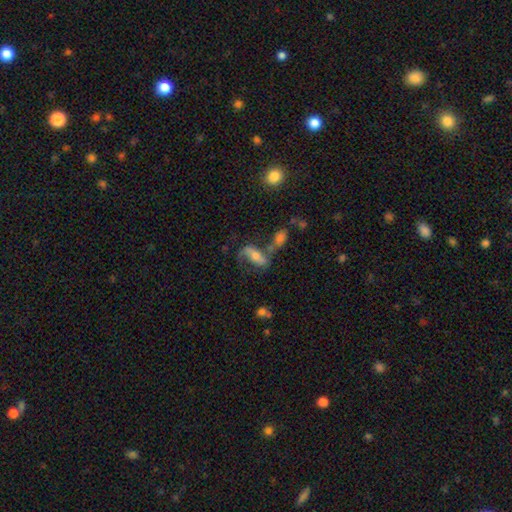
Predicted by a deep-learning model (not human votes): This is possibly a featured or disk galaxy (55%). It is clearly not viewed edge-on (89%). Merging: marginally none (36%).